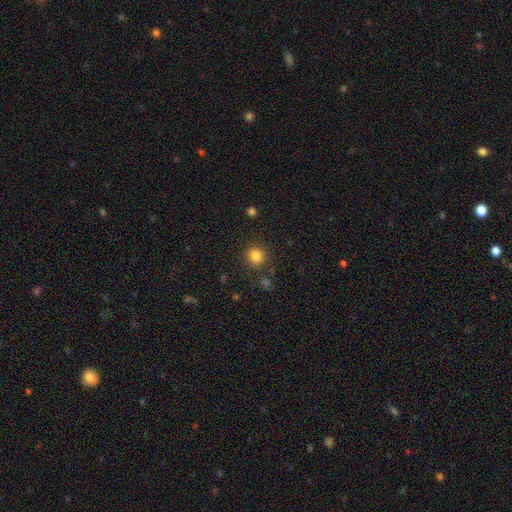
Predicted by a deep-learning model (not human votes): Smooth or featured?
  - smooth: 83% *
  - star or artifact: 13%
  - featured or disk: 5%
How rounded?
  - round: 89% *
  - in between: 10%
  - cigar-shaped: 1%
Merging?
  - none: 88% *
  - minor disturbance: 7%
  - major disturbance: 3%
  - merger: 3%